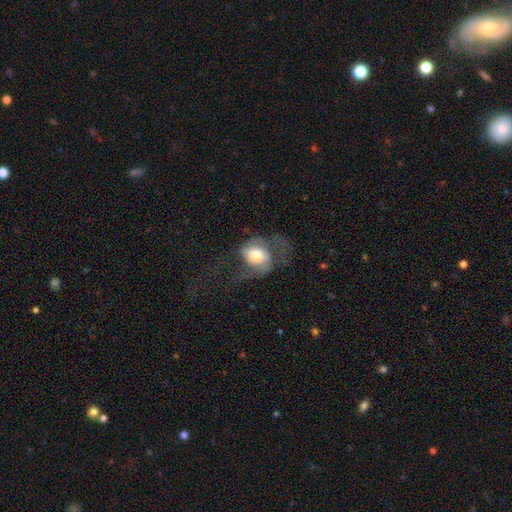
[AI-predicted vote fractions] Q: Smooth or featured?
A: smooth (54%); runner-up: featured or disk (38%)
Q: How rounded?
A: in between (50%); runner-up: round (49%)
Q: Merging?
A: major disturbance (44%); runner-up: none (33%)